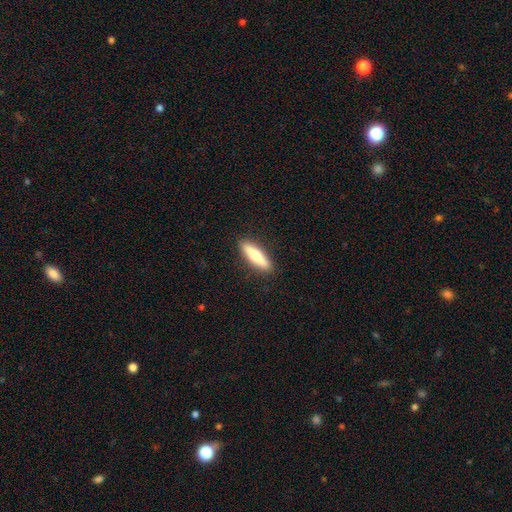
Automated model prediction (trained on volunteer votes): Morphology: type=smooth (66%); roundness=cigar-shaped (70%); merging=none (90%).